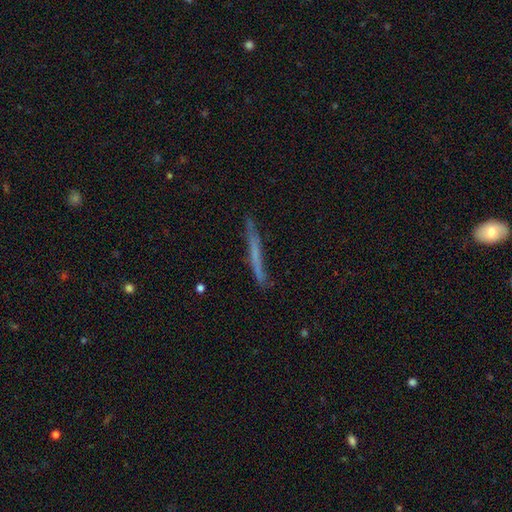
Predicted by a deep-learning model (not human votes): A smooth galaxy with no disk features (49%). Merging: none (81%).